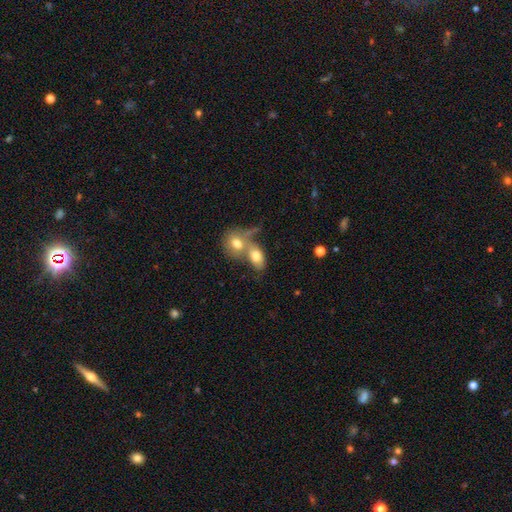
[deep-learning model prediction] This appears to be a smooth galaxy with no disk features (74%) that is in between round and cigar-shaped (81%). Merging: merger (64%).